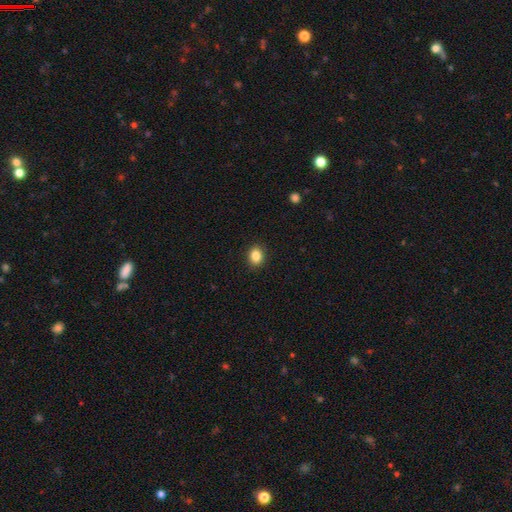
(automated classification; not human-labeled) A smooth galaxy with no disk features (86%) that is in between round and cigar-shaped (52%).

Vote fractions:
- Smooth or featured? smooth: 86% / star or artifact: 9% / featured or disk: 5%
- How rounded? in between: 52% / round: 47% / cigar-shaped: 1%
- Merging? none: 90% / minor disturbance: 7% / major disturbance: 2% / merger: 1%